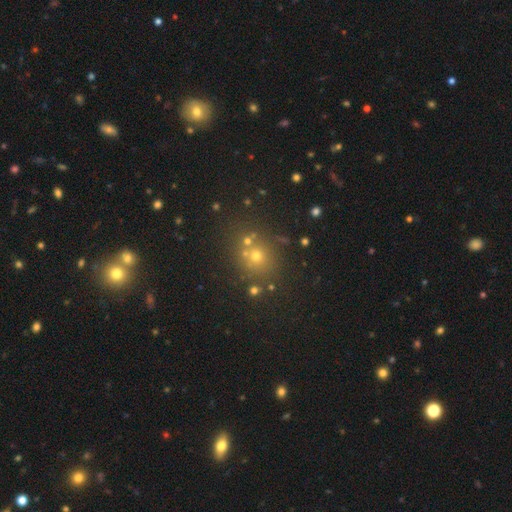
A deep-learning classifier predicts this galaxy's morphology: smooth_or_featured: smooth (p=0.53) [alt: star or artifact p=0.35]
how_rounded: round (p=0.83) [alt: in between p=0.16]
merging: none (p=0.69) [alt: merger p=0.17]